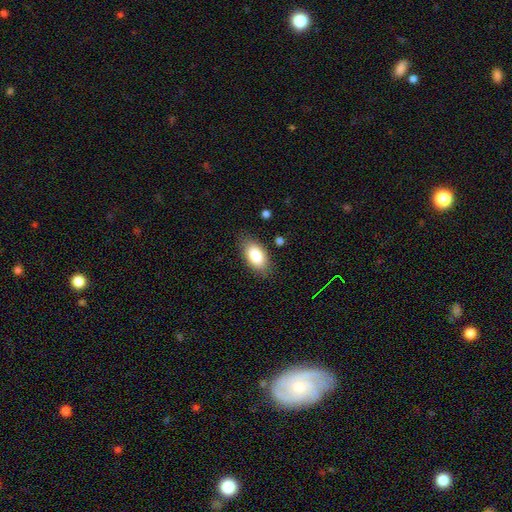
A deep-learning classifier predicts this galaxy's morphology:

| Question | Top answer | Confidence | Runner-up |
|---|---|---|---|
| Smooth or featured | smooth | 86% | featured or disk (8%) |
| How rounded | in between | 93% | cigar-shaped (4%) |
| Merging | none | 82% | minor disturbance (13%) |